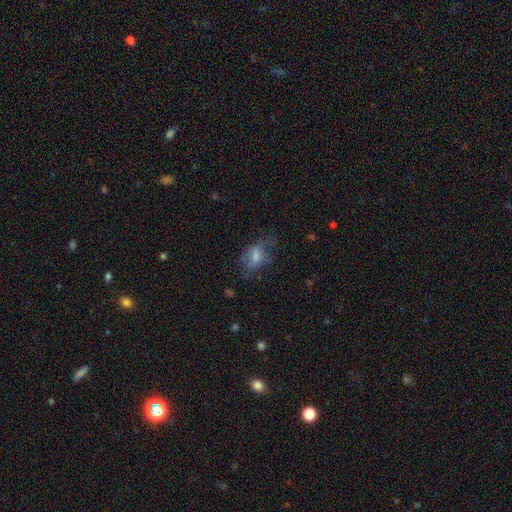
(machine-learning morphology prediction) This is possibly a smooth galaxy (58%). How rounded: clearly in between (83%). Merging: marginally none (42%).